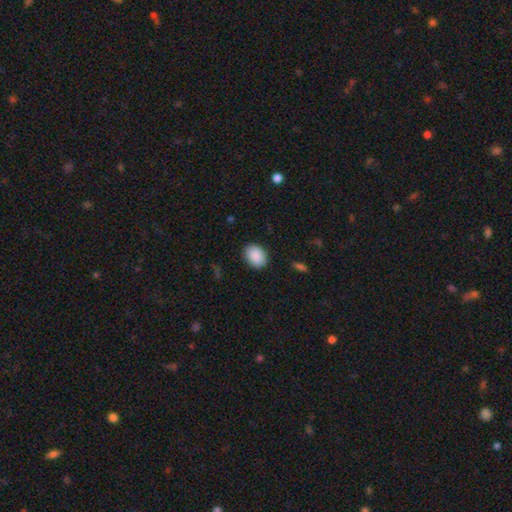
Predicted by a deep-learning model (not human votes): Q: Smooth or featured?
A: smooth (90%); runner-up: star or artifact (7%)
Q: How rounded?
A: in between (67%); runner-up: round (32%)
Q: Merging?
A: none (88%); runner-up: minor disturbance (8%)